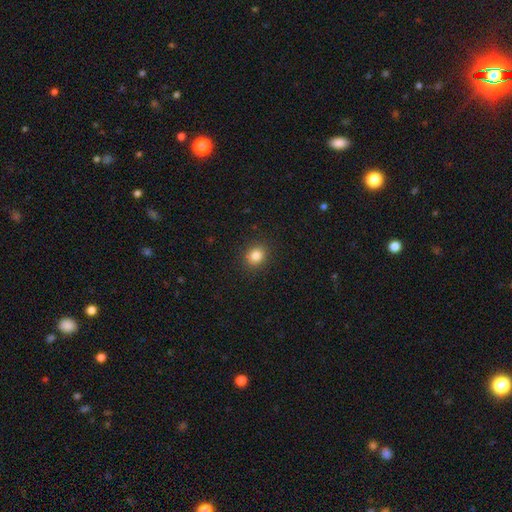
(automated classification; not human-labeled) The model was most divided on "how rounded": round: 70%, in between: 29%, cigar-shaped: 1%. More confident: merging — none (90%); smooth or featured — smooth (84%).